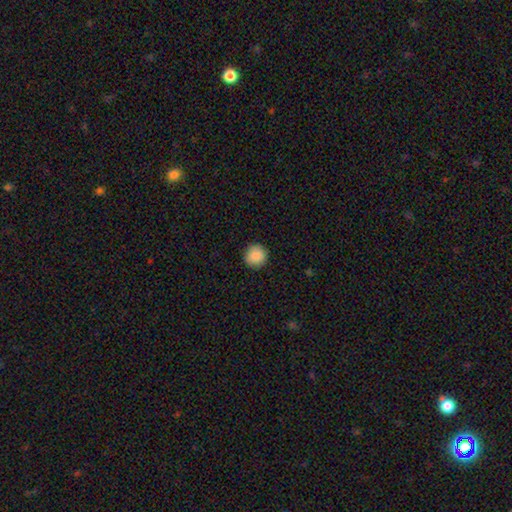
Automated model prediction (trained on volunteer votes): The model was most divided on "smooth or featured": smooth: 88%, star or artifact: 8%, featured or disk: 4%. More confident: how rounded — round (94%); merging — none (92%).